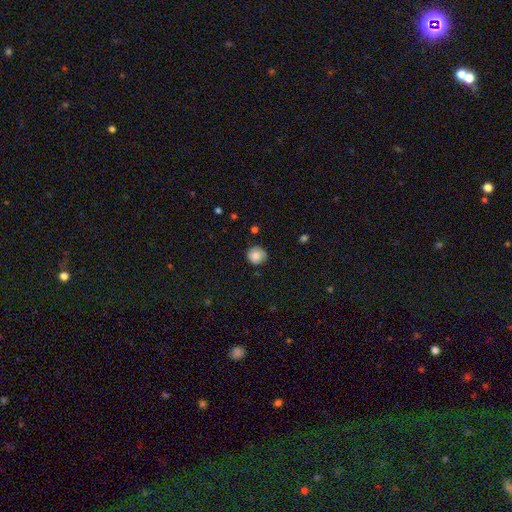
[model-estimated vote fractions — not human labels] smooth_or_featured: smooth (p=0.85) [alt: star or artifact p=0.09]
how_rounded: round (p=0.92) [alt: in between p=0.07]
merging: none (p=0.81) [alt: minor disturbance p=0.15]